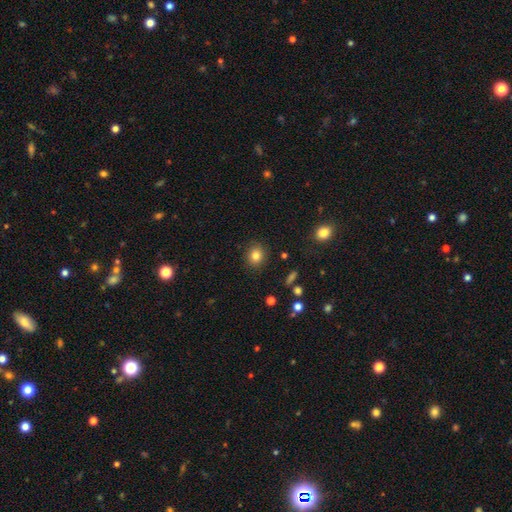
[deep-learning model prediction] Smooth or featured? Predicted: smooth (p=0.82). How rounded? Predicted: round (p=0.77). Merging? Predicted: none (p=0.88).